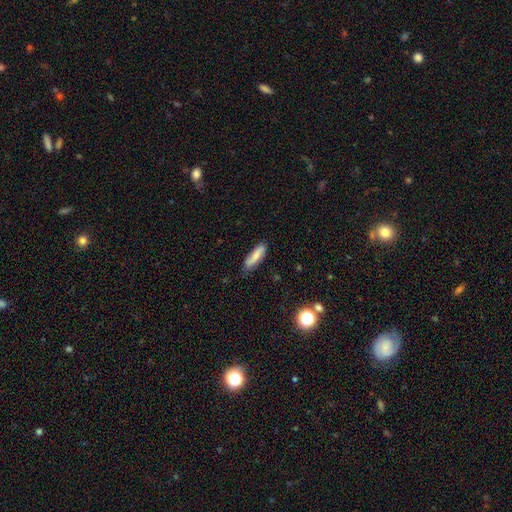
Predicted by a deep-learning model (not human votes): smooth-or-featured: smooth: 71% | featured or disk: 22% | star or artifact: 7%
  how-rounded: cigar-shaped: 58% | in between: 40% | round: 2%
  merging: none: 78% | minor disturbance: 17% | major disturbance: 3% | merger: 2%